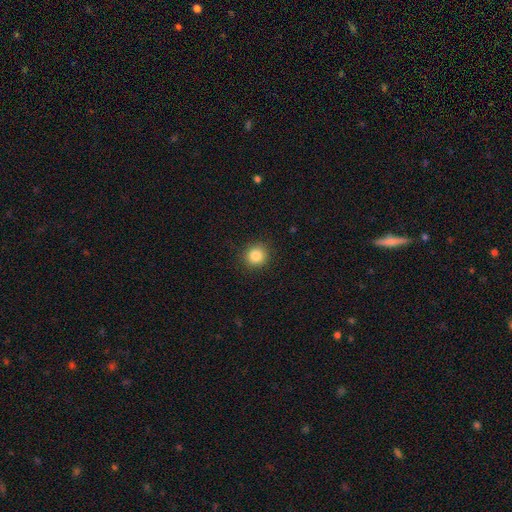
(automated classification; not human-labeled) smooth-or-featured: smooth: 85% | star or artifact: 11% | featured or disk: 5%
  how-rounded: round: 92% | in between: 7% | cigar-shaped: 1%
  merging: none: 90% | minor disturbance: 6% | major disturbance: 2% | merger: 1%